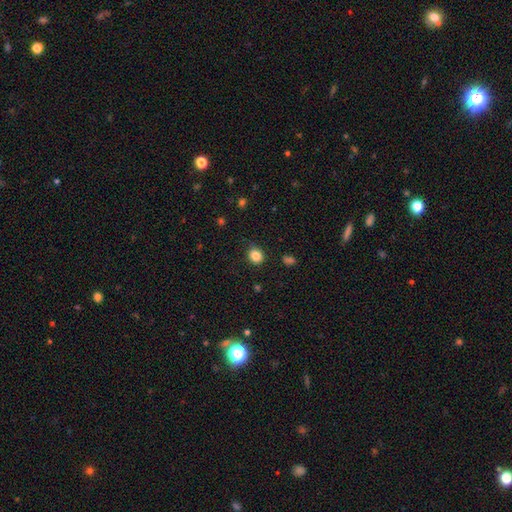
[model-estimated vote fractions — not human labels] smooth 84%, star or artifact 11%, featured or disk 5%. Down the decision tree: how rounded — round (75%); merging — none (84%).